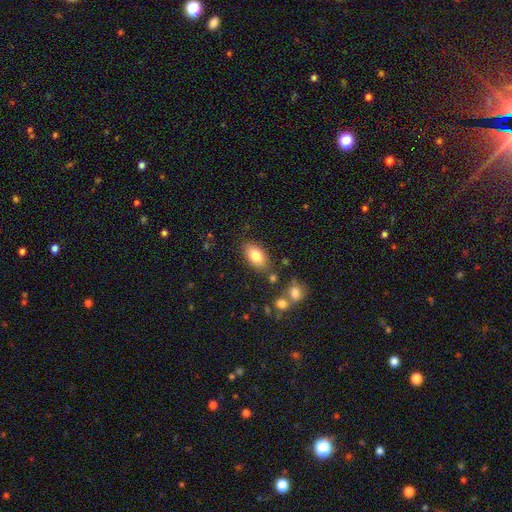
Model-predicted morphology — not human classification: Smooth or featured?
  - smooth: 81% *
  - featured or disk: 11%
  - star or artifact: 8%
How rounded?
  - in between: 91% *
  - round: 6%
  - cigar-shaped: 3%
Merging?
  - none: 80% *
  - minor disturbance: 13%
  - merger: 4%
  - major disturbance: 3%